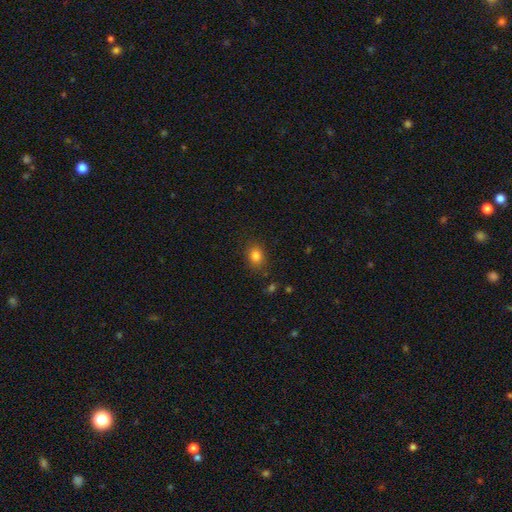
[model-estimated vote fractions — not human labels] Smooth or featured?
  - smooth: 82% *
  - star or artifact: 12%
  - featured or disk: 6%
How rounded?
  - round: 50% *
  - in between: 49%
  - cigar-shaped: 1%
Merging?
  - none: 84% *
  - minor disturbance: 11%
  - major disturbance: 3%
  - merger: 2%